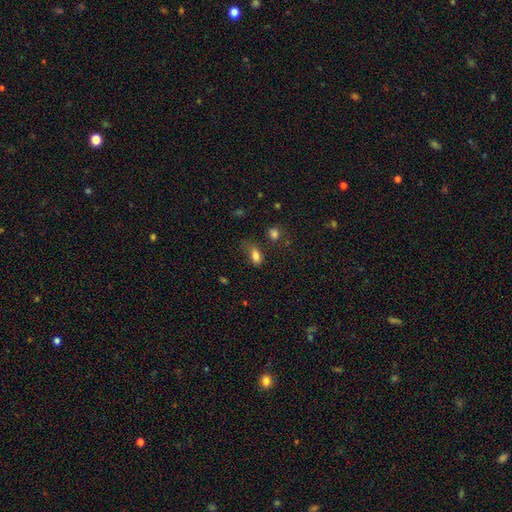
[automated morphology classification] Overall: smooth (81%). How rounded: in between (86%). Merging: none (47%; minor disturbance 30%).